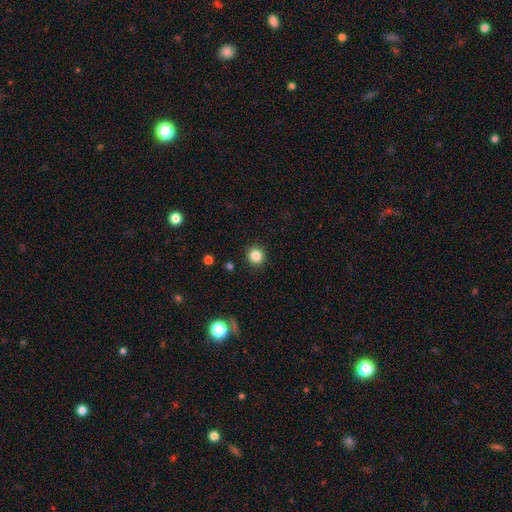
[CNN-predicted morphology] The model was most divided on "smooth or featured": smooth: 85%, star or artifact: 11%, featured or disk: 4%. More confident: how rounded — round (94%); merging — none (92%).